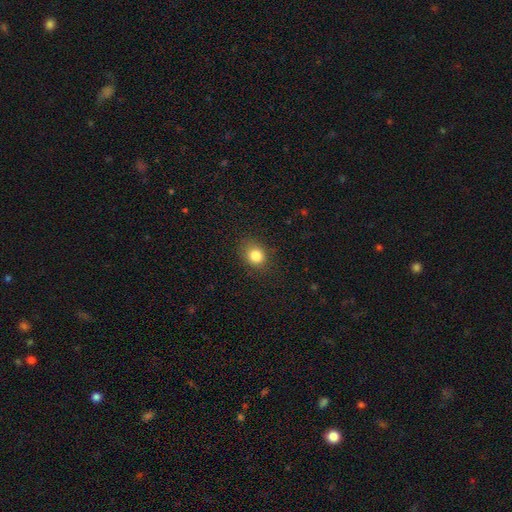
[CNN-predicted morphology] Overall: smooth (82%). How rounded: round (63%; in between 36%). Merging: none (84%).